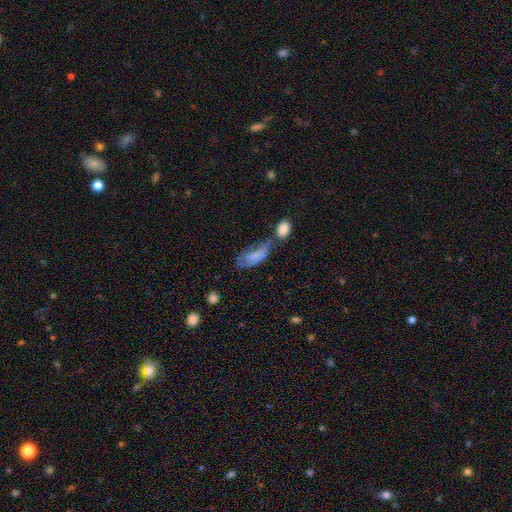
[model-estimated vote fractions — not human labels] This appears to be a smooth galaxy with no disk features (65%) that is in between round and cigar-shaped (86%). Merging: merger (32%).